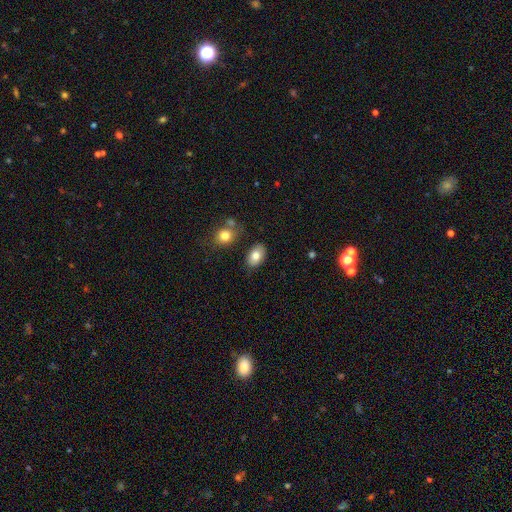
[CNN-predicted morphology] Overall: smooth (81%). How rounded: in between (89%). Merging: none (82%).